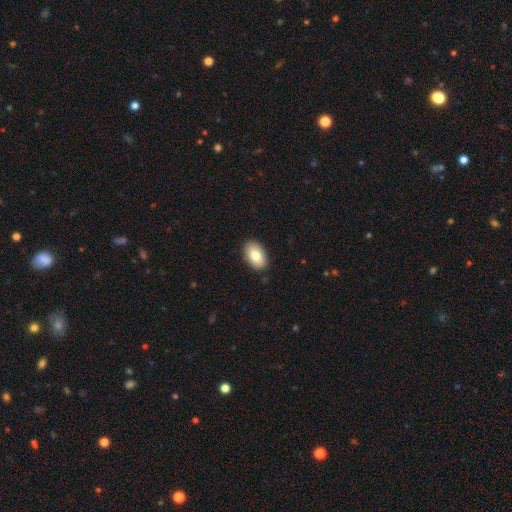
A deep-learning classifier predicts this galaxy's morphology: smooth_or_featured: smooth (p=0.82) [alt: featured or disk p=0.11]
how_rounded: in between (p=0.92) [alt: round p=0.06]
merging: none (p=0.88) [alt: minor disturbance p=0.09]